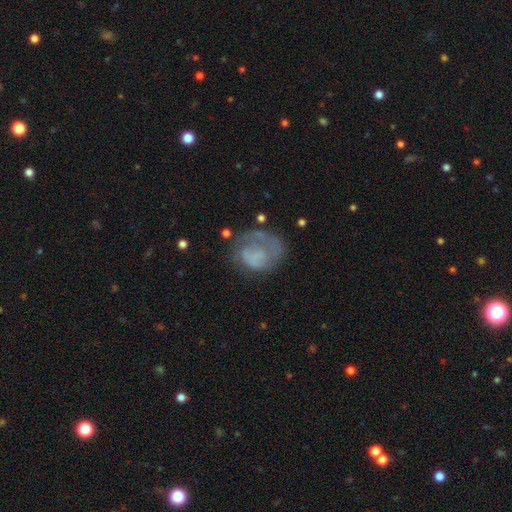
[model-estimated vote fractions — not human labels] A smooth galaxy with no disk features (45%, tied with featured or disk). Merging: none (41%).